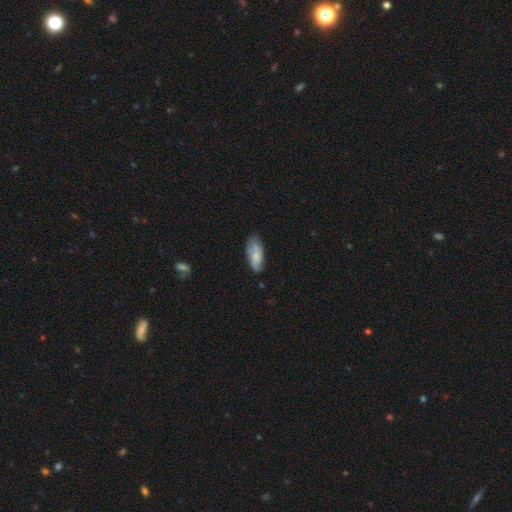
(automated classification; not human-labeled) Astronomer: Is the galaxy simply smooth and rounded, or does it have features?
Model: smooth — 62%.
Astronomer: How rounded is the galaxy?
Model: in between — 79%.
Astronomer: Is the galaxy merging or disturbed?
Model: none — 63%.